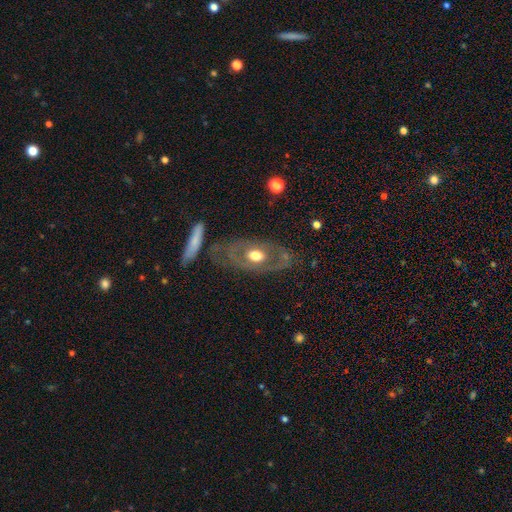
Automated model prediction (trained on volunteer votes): Q: Smooth or featured?
A: featured or disk (59%); runner-up: smooth (34%)
Q: Edge-on disk?
A: no (88%); runner-up: yes (12%)
Q: Bar?
A: no (84%); runner-up: weak (12%)
Q: Spiral arms?
A: no (78%); runner-up: yes (22%)
Q: Bulge size?
A: moderate (63%); runner-up: large (29%)
Q: Merging?
A: none (72%); runner-up: minor disturbance (15%)